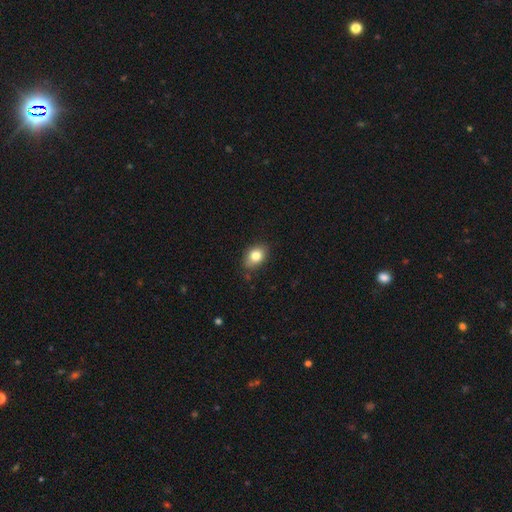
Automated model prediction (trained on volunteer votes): Overall: smooth (82%). How rounded: in between (75%). Merging: none (81%).